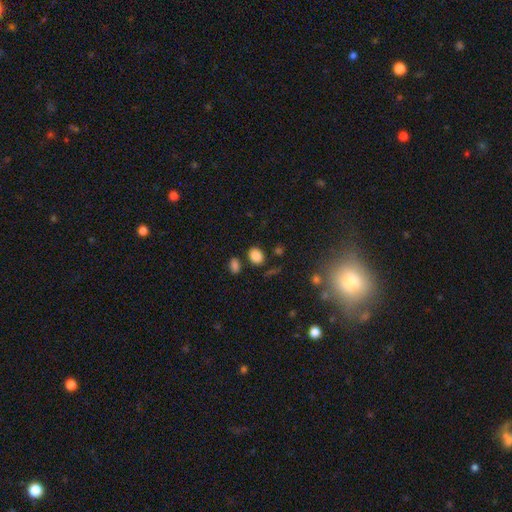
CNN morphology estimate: Q: Smooth or featured?
A: smooth (84%); runner-up: star or artifact (11%)
Q: How rounded?
A: in between (57%); runner-up: round (41%)
Q: Merging?
A: none (78%); runner-up: minor disturbance (11%)